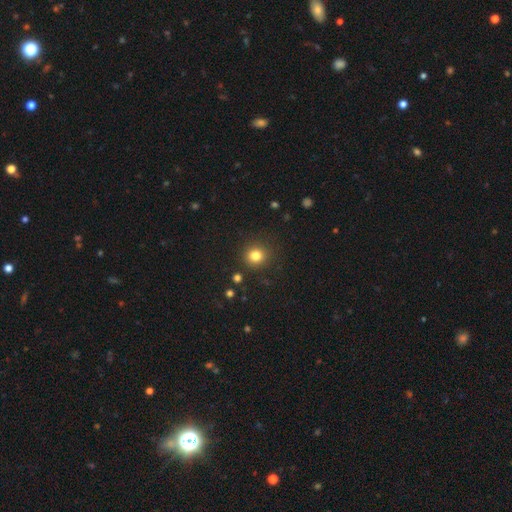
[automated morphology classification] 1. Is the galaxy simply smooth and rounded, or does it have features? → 81% smooth, 13% star or artifact, 6% featured or disk.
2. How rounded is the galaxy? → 89% round, 10% in between, 1% cigar-shaped.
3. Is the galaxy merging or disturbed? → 89% none, 7% minor disturbance, 3% major disturbance, 2% merger.